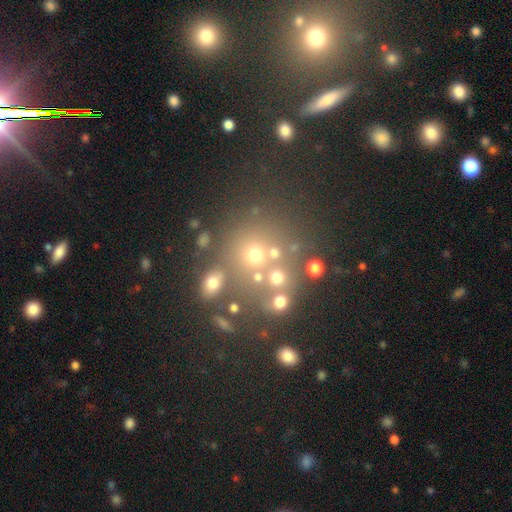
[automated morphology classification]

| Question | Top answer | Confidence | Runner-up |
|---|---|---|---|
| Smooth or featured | star or artifact | 48% | smooth (37%) |